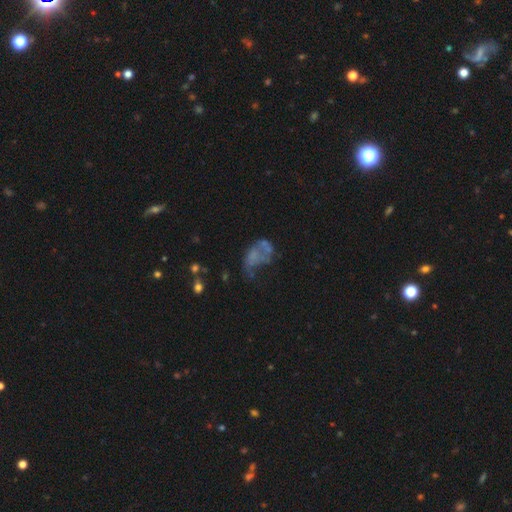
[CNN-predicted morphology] Smooth or featured?
  - featured or disk: 48% *
  - smooth: 34%
  - star or artifact: 18%
Merging?
  - major disturbance: 39% *
  - none: 24%
  - minor disturbance: 19%
  - merger: 18%